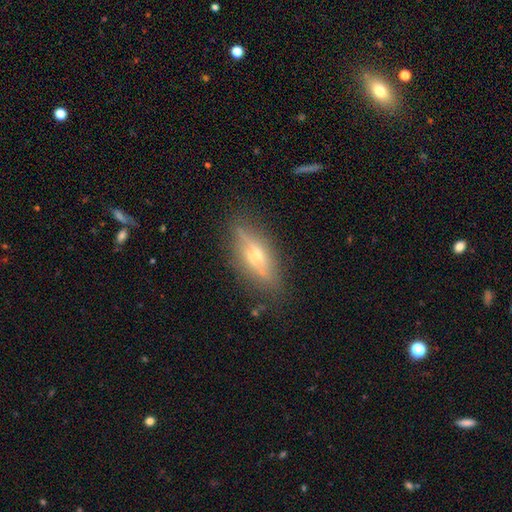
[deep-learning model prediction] The model was most divided on "smooth or featured": featured or disk: 67%, smooth: 25%, star or artifact: 8%. More confident: edge-on bulge — rounded (89%); edge-on disk — yes (85%); merging — none (78%).